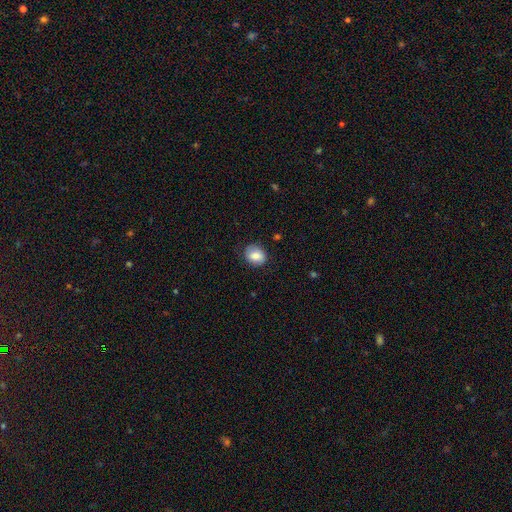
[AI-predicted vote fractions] Morphology: type=smooth (79%); roundness=round (54%); merging=none (78%).